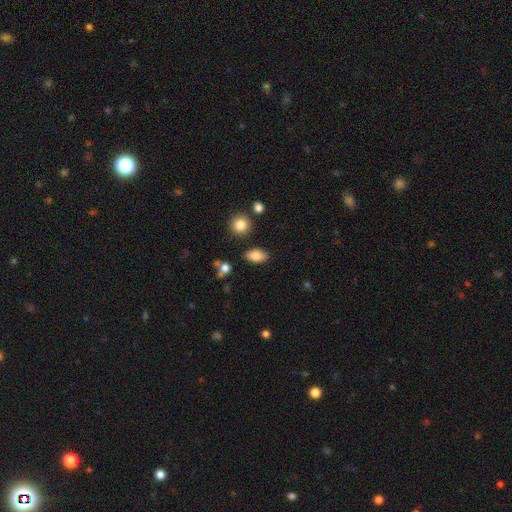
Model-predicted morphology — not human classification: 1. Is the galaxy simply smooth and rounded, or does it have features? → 84% smooth, 9% star or artifact, 8% featured or disk.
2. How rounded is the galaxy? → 89% in between, 8% round, 4% cigar-shaped.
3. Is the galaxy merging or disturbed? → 84% none, 10% minor disturbance, 3% merger, 3% major disturbance.